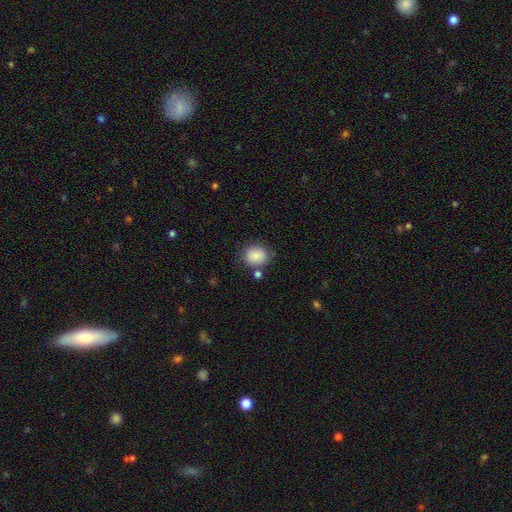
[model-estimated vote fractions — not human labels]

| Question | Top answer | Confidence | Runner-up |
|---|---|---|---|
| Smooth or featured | smooth | 85% | star or artifact (8%) |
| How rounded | round | 65% | in between (34%) |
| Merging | none | 76% | minor disturbance (13%) |